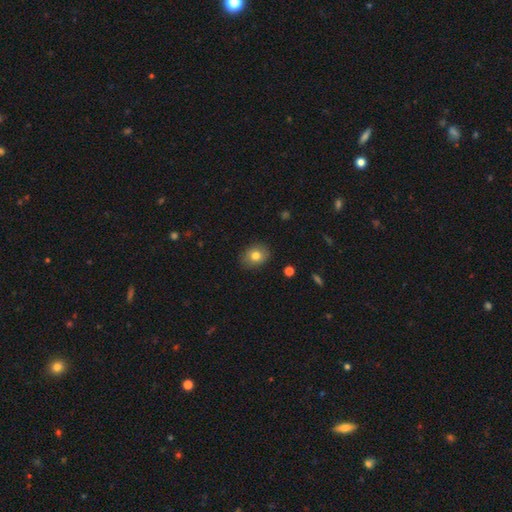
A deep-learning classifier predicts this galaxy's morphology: A smooth galaxy with no disk features (79%) that is in between round and cigar-shaped (52%). Merging: none (87%).